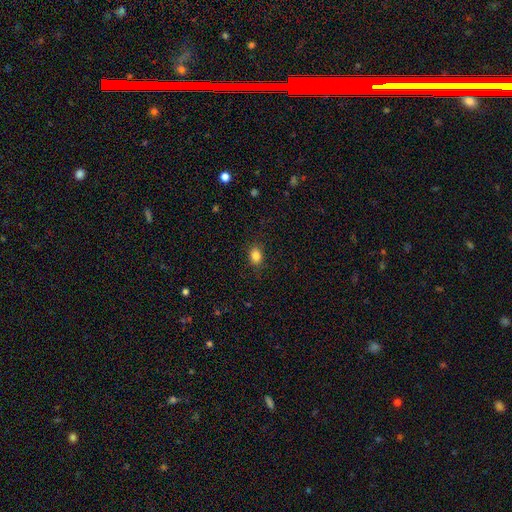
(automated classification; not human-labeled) This is clearly a smooth galaxy (85%). How rounded: possibly in between (57%). Merging: clearly none (86%).